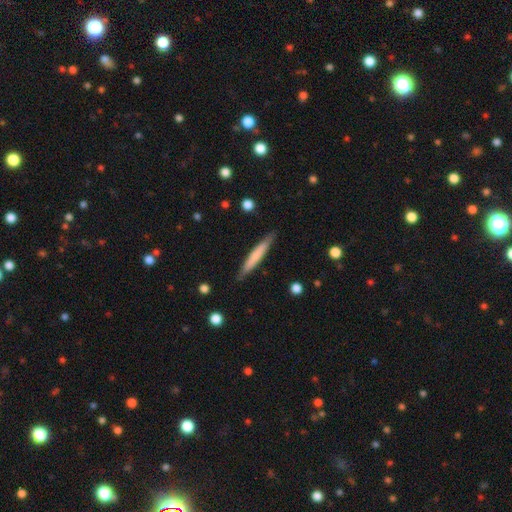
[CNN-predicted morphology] smooth 65%, featured or disk 30%, star or artifact 5%. Down the decision tree: how rounded — cigar-shaped (95%); merging — none (87%).